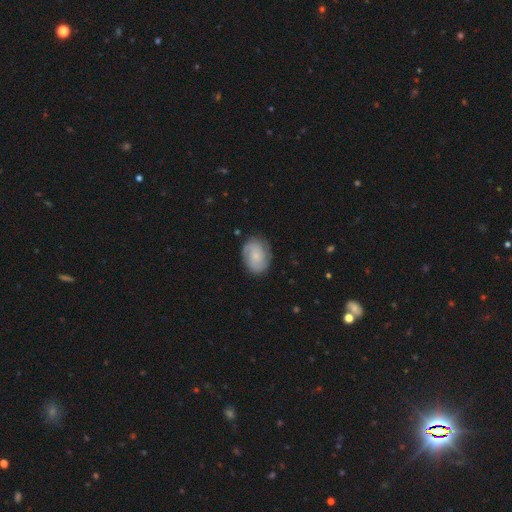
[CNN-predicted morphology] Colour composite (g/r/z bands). It shows a featured or disk galaxy (55%) with no bar (72%), spiral arms (90%) and a small central bulge (66%). Merging: none (79%).